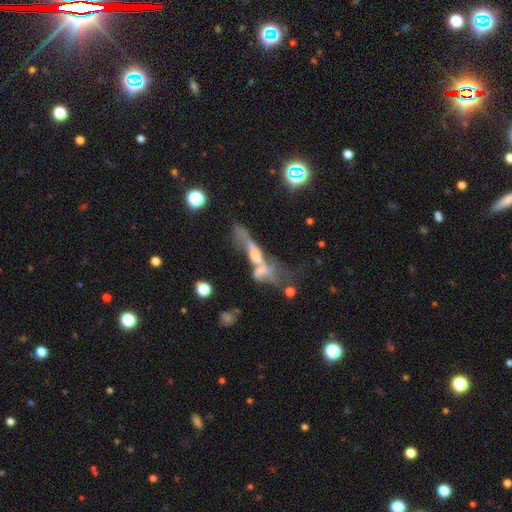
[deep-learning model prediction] featured or disk 53%, smooth 28%, star or artifact 19%. Down the decision tree: edge-on disk — no (68%); merging — merger (54%).